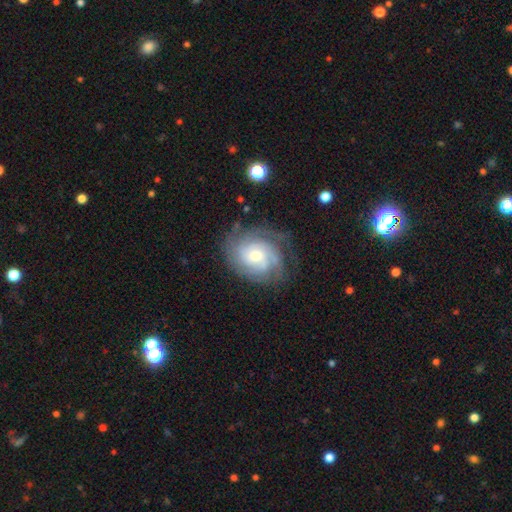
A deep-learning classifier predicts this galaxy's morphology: Smooth or featured?
  - featured or disk: 76% *
  - smooth: 17%
  - star or artifact: 7%
Edge-on disk?
  - no: 97% *
  - yes: 3%
Bar?
  - no: 66% *
  - weak: 30%
  - strong: 4%
Spiral arms?
  - yes: 94% *
  - no: 6%
Spiral winding?
  - tight: 63% *
  - medium: 29%
  - loose: 8%
Spiral arm count?
  - can't tell: 41% *
  - 3: 20%
  - 2: 17%
  - 4: 12%
  - more than 4: 5%
  - 1: 5%
Bulge size?
  - moderate: 51% *
  - small: 36%
  - large: 10%
  - none: 2%
  - dominant: 1%
Merging?
  - none: 69% *
  - minor disturbance: 20%
  - major disturbance: 10%
  - merger: 1%